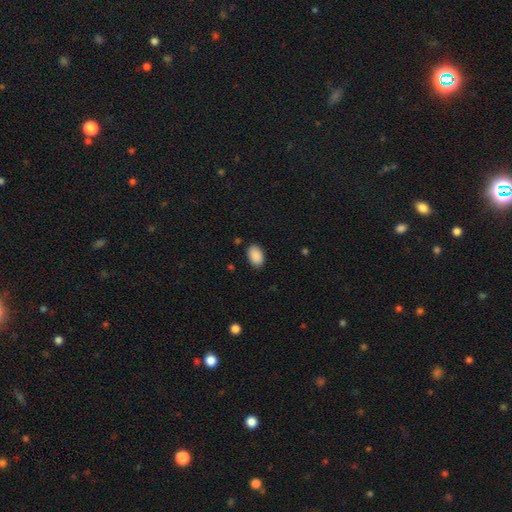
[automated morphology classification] This appears to be a smooth galaxy with no disk features (90%) that is in between round and cigar-shaped (89%). Merging: none (86%).